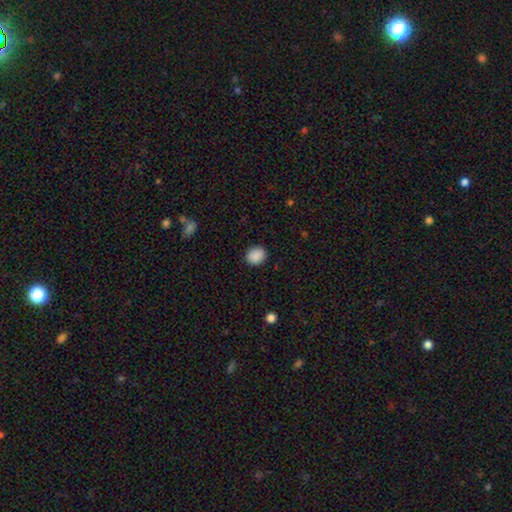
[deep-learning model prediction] The model was most divided on "how rounded": round: 69%, in between: 30%, cigar-shaped: 1%. More confident: smooth or featured — smooth (89%); merging — none (89%).